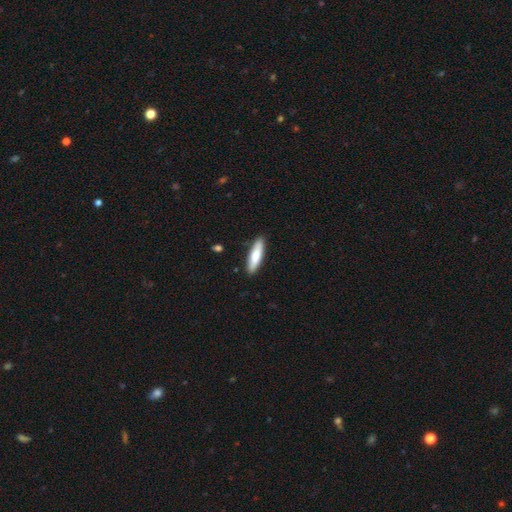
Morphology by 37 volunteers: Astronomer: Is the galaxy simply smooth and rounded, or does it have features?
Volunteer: smooth — 84%.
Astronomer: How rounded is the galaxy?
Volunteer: cigar-shaped — 71%.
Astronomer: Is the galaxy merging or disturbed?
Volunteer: none — 83%.